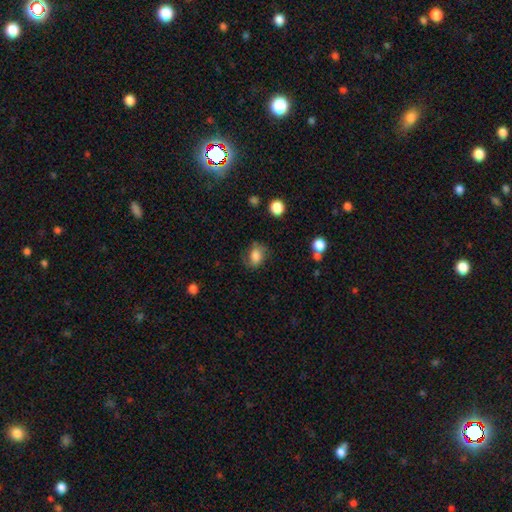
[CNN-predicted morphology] Smooth or featured? smooth (65%)
How rounded? in between (64%)
Merging? none (63%)